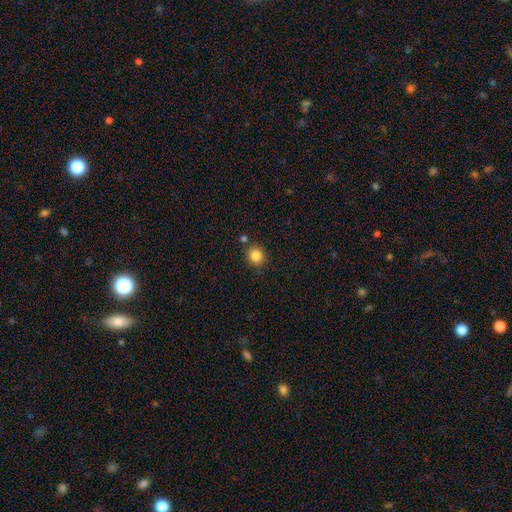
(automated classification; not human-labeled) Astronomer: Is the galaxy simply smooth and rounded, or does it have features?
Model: smooth — 84%.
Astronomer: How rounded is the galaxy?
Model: round — 86%.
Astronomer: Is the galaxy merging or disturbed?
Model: none — 81%.